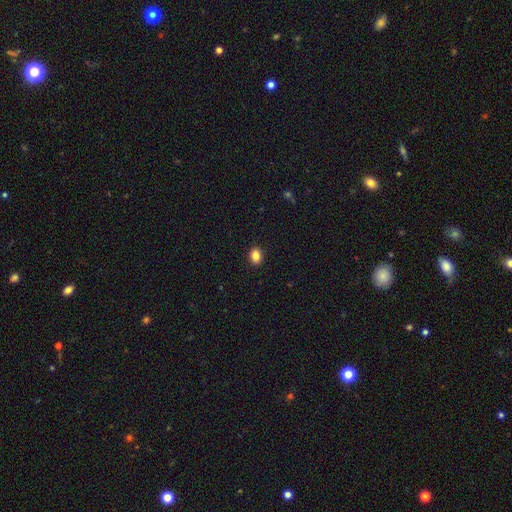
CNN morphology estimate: A smooth galaxy with no disk features (87%) that is in between round and cigar-shaped (63%).

Vote fractions:
- Smooth or featured? smooth: 87% / star or artifact: 10% / featured or disk: 4%
- How rounded? in between: 63% / round: 36% / cigar-shaped: 1%
- Merging? none: 91% / minor disturbance: 6% / major disturbance: 2% / merger: 1%